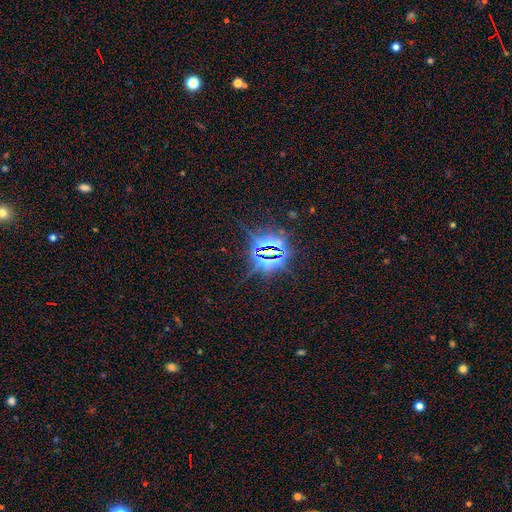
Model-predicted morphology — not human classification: type=star or artifact (84%).